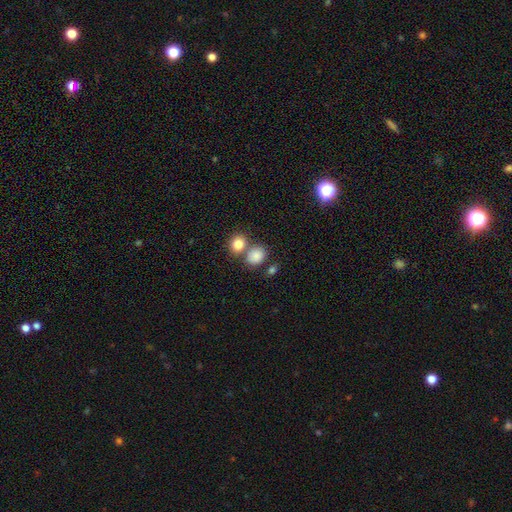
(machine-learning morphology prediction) Smooth or featured?
  - smooth: 84% *
  - star or artifact: 10%
  - featured or disk: 6%
How rounded?
  - round: 56% *
  - in between: 43%
  - cigar-shaped: 1%
Merging?
  - none: 56% *
  - merger: 30%
  - minor disturbance: 11%
  - major disturbance: 4%